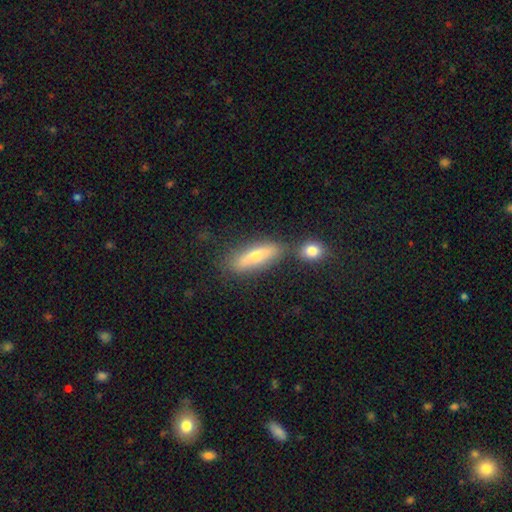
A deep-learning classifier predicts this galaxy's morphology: Smooth or featured: smooth — 48% (featured or disk — 41%)
Merging: none — 68% (merger — 15%)